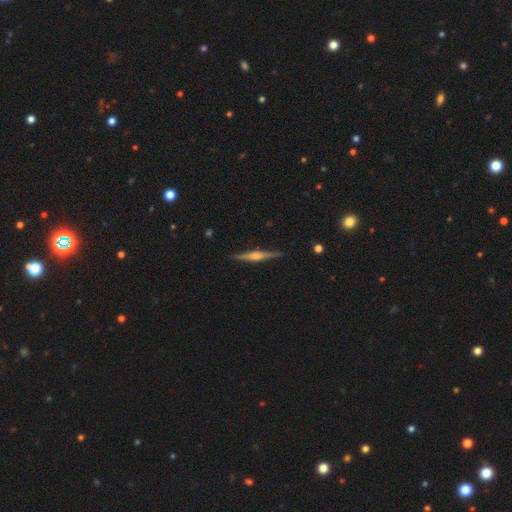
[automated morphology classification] type=featured or disk (77%); edge-on=yes (98%); edge-on bulge=rounded (79%); merging=none (91%).